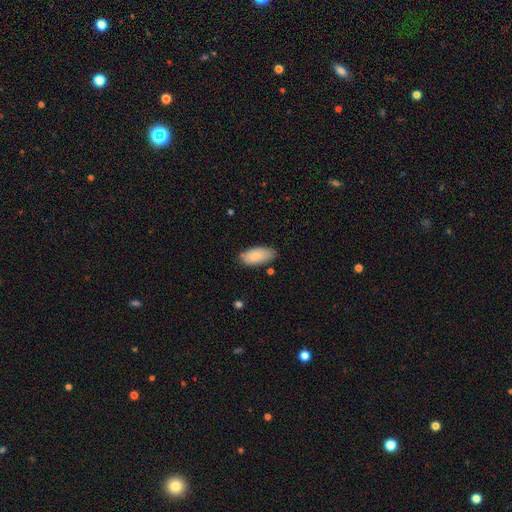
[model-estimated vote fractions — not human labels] Smooth or featured: smooth — 85% (featured or disk — 9%)
How rounded: in between — 91% (cigar-shaped — 8%)
Merging: none — 77% (minor disturbance — 18%)